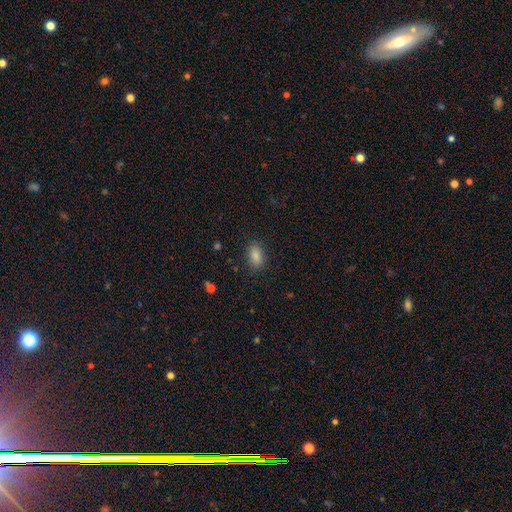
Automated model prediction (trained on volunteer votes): A smooth galaxy with no disk features (86%) that is in between round and cigar-shaped (88%).

Vote fractions:
- Smooth or featured? smooth: 86% / star or artifact: 9% / featured or disk: 5%
- How rounded? in between: 88% / round: 9% / cigar-shaped: 3%
- Merging? none: 84% / minor disturbance: 11% / major disturbance: 3% / merger: 1%